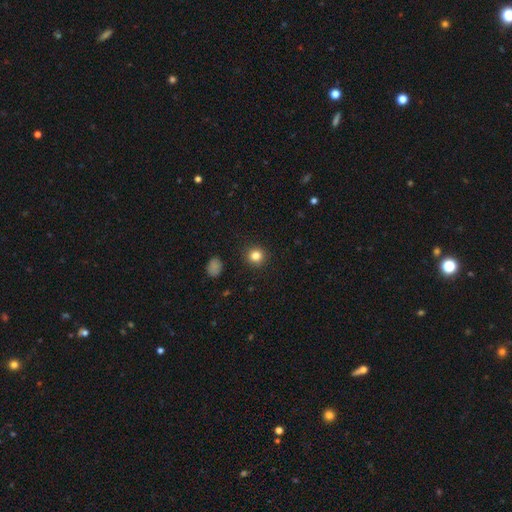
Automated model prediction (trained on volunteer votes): This is clearly a smooth galaxy (83%). How rounded: clearly round (93%). Merging: clearly none (92%).